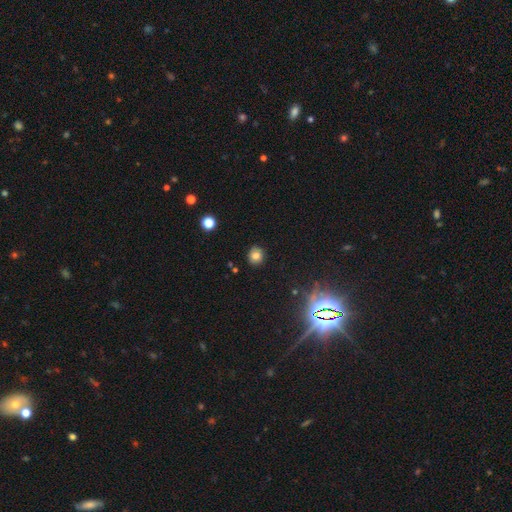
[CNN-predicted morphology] smooth 77%, star or artifact 15%, featured or disk 8%. Down the decision tree: how rounded — round (83%); merging — none (87%).